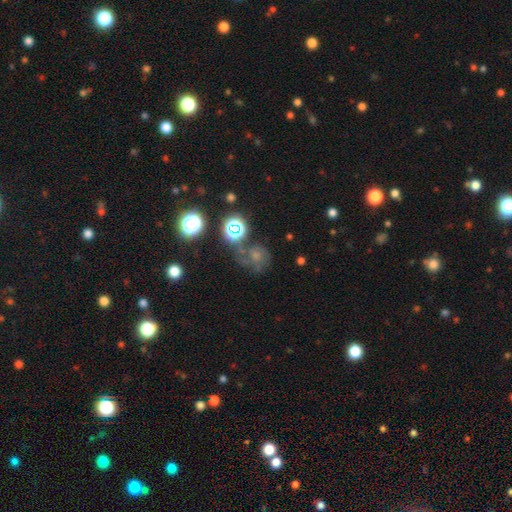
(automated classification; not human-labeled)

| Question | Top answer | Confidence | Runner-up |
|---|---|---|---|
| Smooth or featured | smooth | 44% | star or artifact (28%) |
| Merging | none | 42% | major disturbance (24%) |